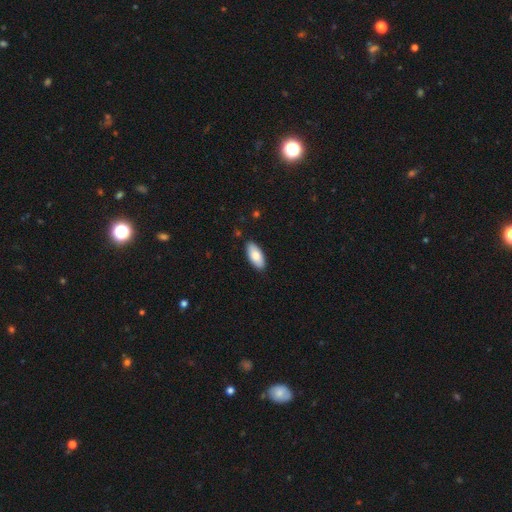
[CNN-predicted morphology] This is clearly a smooth galaxy (82%). How rounded: clearly in between (86%). Merging: clearly none (88%).